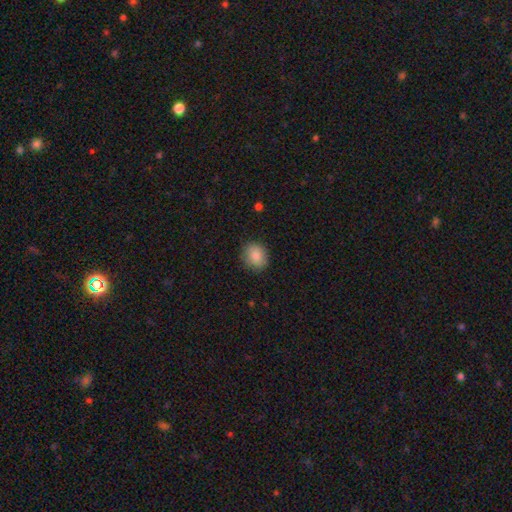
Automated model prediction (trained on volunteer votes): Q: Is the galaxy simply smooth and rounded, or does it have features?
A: smooth — 83%.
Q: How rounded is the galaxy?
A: round — 69%.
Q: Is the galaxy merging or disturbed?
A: none — 84%.